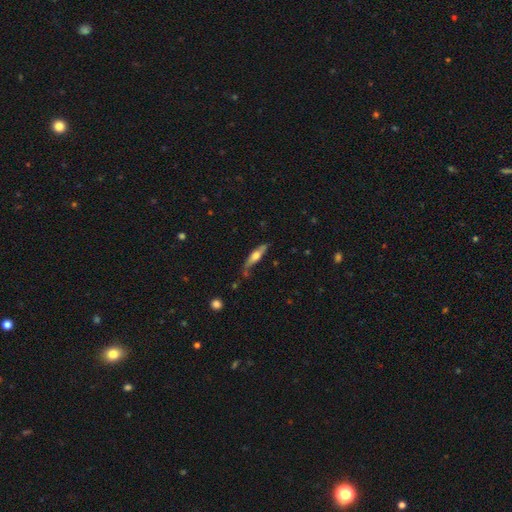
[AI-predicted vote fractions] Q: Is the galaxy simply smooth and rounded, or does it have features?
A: featured or disk — 51%.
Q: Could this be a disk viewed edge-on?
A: yes — 88%.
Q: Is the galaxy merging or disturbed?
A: none — 64%.